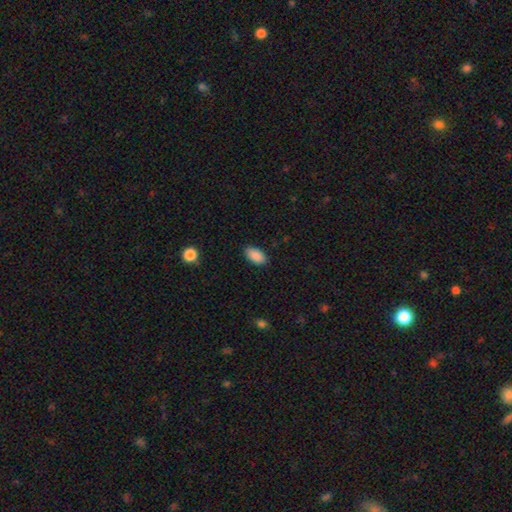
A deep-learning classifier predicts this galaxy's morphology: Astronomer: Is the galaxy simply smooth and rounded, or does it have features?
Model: smooth — 90%.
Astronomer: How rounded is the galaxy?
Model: in between — 94%.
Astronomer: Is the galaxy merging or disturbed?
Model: none — 87%.